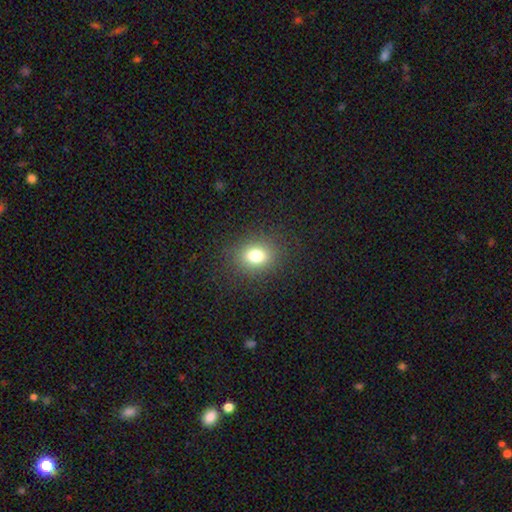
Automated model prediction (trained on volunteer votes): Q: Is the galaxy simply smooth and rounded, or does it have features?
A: smooth — 78%.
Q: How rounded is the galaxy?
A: in between — 51%.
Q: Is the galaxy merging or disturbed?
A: none — 86%.